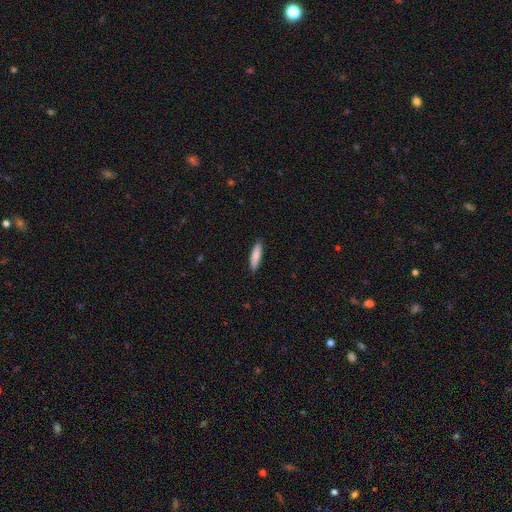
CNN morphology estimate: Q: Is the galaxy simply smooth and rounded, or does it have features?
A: smooth — 85%.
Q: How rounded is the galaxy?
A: cigar-shaped — 77%.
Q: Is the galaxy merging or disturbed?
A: none — 90%.